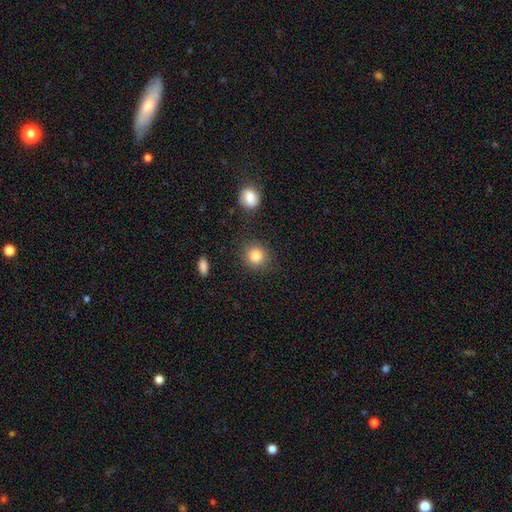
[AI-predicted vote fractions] smooth 85%, star or artifact 9%, featured or disk 6%. Down the decision tree: how rounded — round (86%); merging — none (84%).